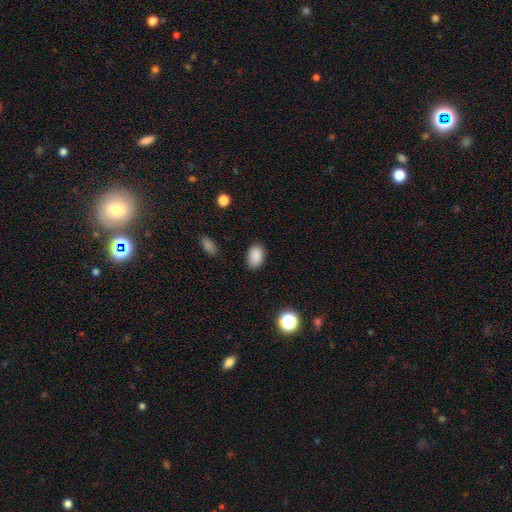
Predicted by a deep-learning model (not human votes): A smooth galaxy with no disk features (88%) that is in between round and cigar-shaped (87%). Merging: none (85%).